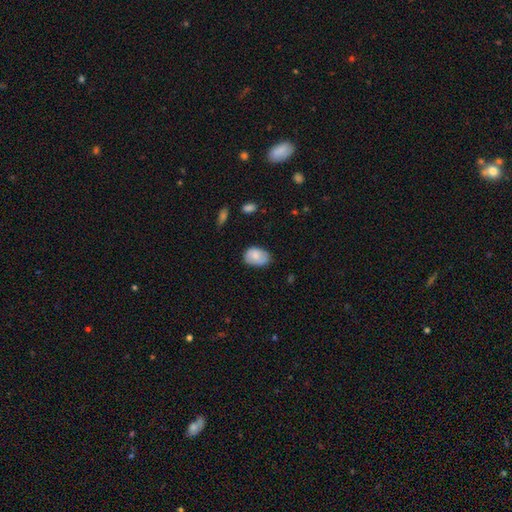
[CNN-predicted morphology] Smooth or featured: smooth — 71% (featured or disk — 22%)
How rounded: in between — 82% (round — 17%)
Merging: none — 63% (minor disturbance — 29%)